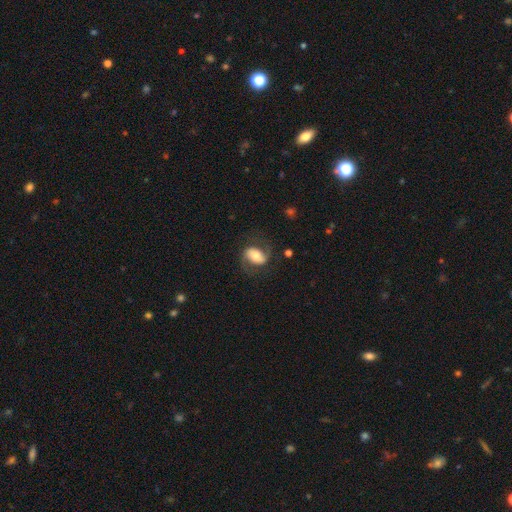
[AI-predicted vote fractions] This is possibly a featured or disk galaxy (58%). It is clearly not viewed edge-on (95%). Bar: marginally strong (35%). Spiral arm pattern: clearly yes (86%). Central bulge: possibly moderate (59%). Merging: likely none (69%).